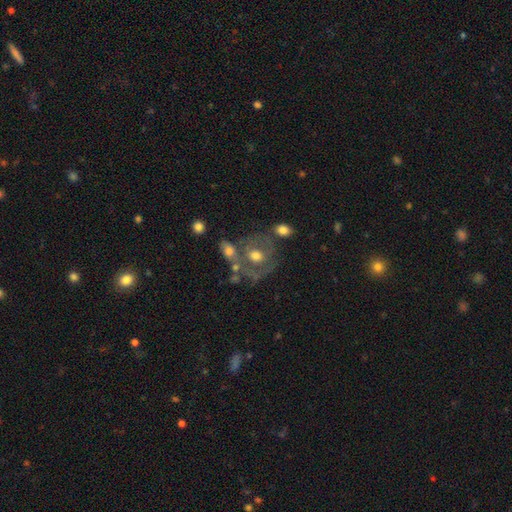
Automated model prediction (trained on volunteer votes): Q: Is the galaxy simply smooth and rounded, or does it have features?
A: featured or disk — 48%.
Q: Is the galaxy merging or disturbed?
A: none — 48%.